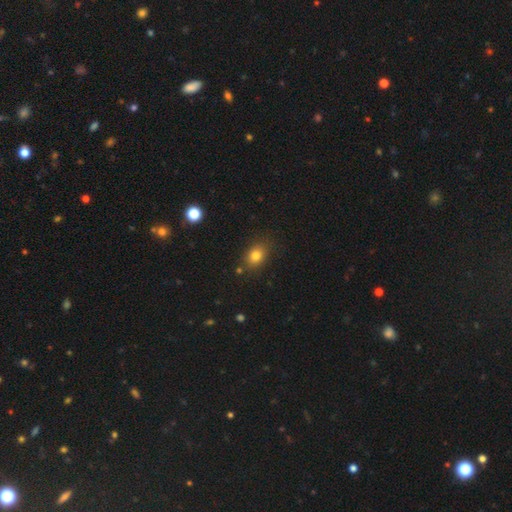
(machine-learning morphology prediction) Smooth or featured?
  - smooth: 81% *
  - star or artifact: 11%
  - featured or disk: 8%
How rounded?
  - in between: 64% *
  - round: 35%
  - cigar-shaped: 1%
Merging?
  - none: 79% *
  - minor disturbance: 14%
  - major disturbance: 4%
  - merger: 3%